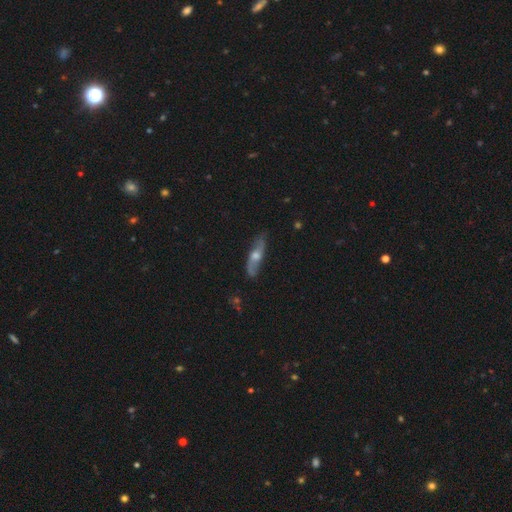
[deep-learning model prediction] A featured or disk galaxy (62%).

Vote fractions:
- Smooth or featured? featured or disk: 62% / smooth: 32% / star or artifact: 6%
- Edge-on disk? no: 51% / yes: 49%
- Merging? none: 76% / minor disturbance: 18% / major disturbance: 4% / merger: 2%